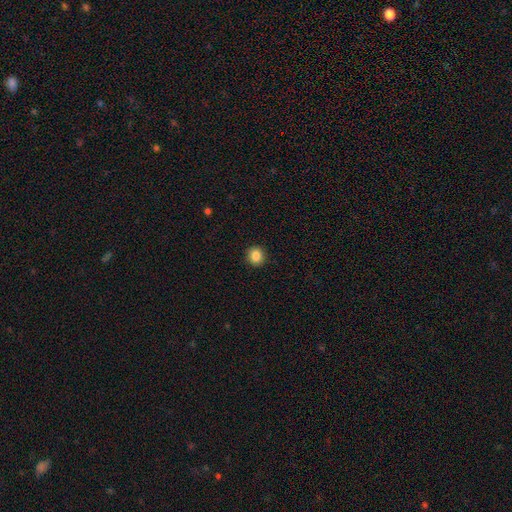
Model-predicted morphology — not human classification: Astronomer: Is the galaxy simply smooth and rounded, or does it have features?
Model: smooth — 86%.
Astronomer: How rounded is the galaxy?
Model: round — 83%.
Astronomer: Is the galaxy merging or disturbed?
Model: none — 92%.